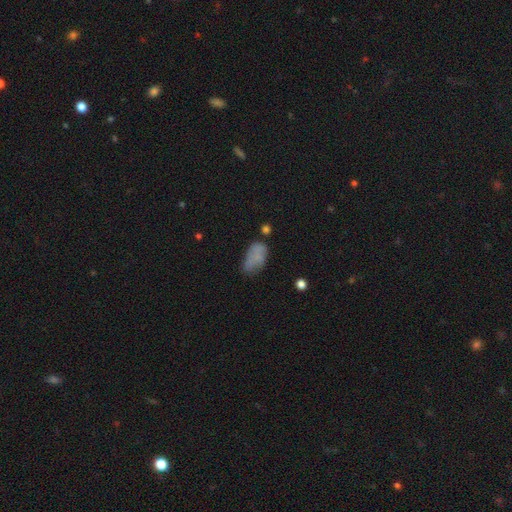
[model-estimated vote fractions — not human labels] This appears to be a smooth galaxy with no disk features (67%) that is in between round and cigar-shaped (91%). Merging: none (42%).